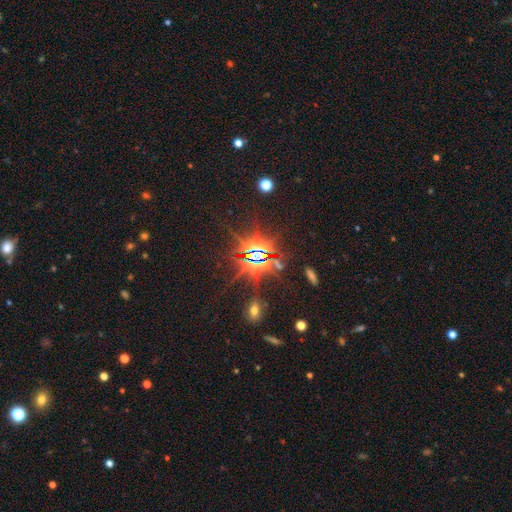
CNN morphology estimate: Smooth or featured? star or artifact (82%)